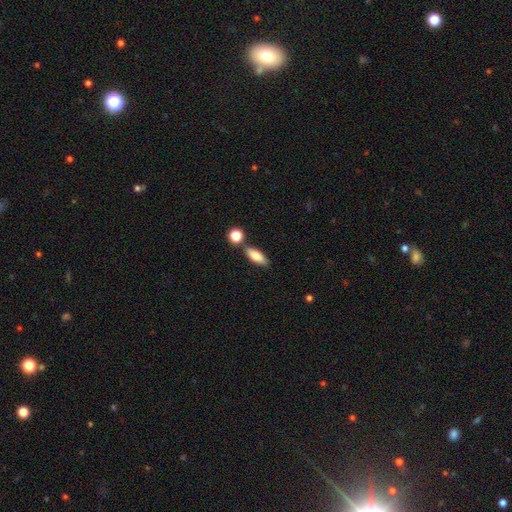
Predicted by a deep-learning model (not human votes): Smooth or featured?
  - smooth: 78% *
  - featured or disk: 14%
  - star or artifact: 7%
How rounded?
  - in between: 73% *
  - cigar-shaped: 23%
  - round: 4%
Merging?
  - none: 74% *
  - minor disturbance: 12%
  - merger: 12%
  - major disturbance: 3%